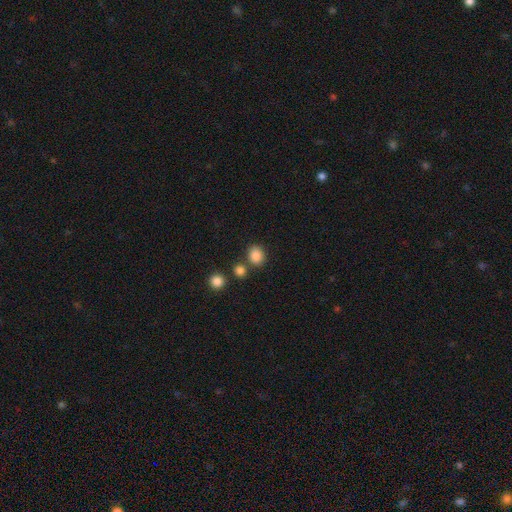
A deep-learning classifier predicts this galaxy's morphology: smooth_or_featured: smooth (p=0.85) [alt: star or artifact p=0.10]
how_rounded: round (p=0.62) [alt: in between p=0.37]
merging: none (p=0.73) [alt: merger p=0.14]